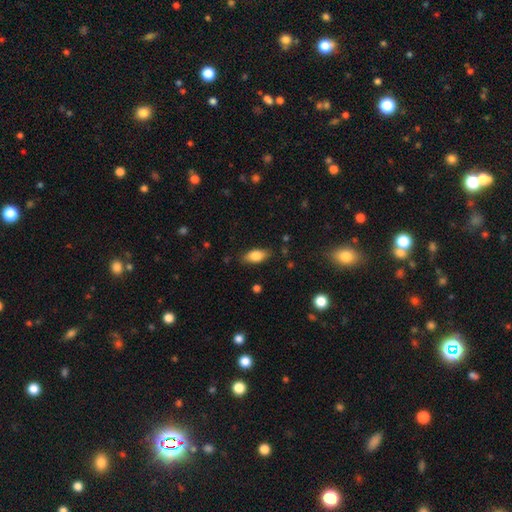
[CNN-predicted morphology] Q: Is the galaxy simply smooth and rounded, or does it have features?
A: smooth — 80%.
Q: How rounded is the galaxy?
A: in between — 85%.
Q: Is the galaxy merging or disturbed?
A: none — 83%.